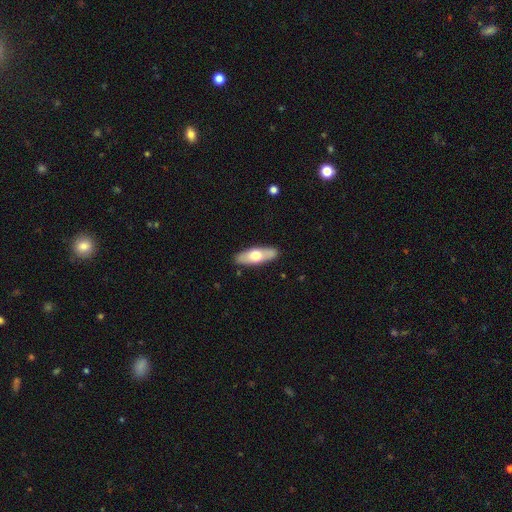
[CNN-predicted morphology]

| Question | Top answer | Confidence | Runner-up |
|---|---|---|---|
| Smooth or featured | smooth | 57% | featured or disk (38%) |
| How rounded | in between | 62% | cigar-shaped (35%) |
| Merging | none | 86% | minor disturbance (10%) |